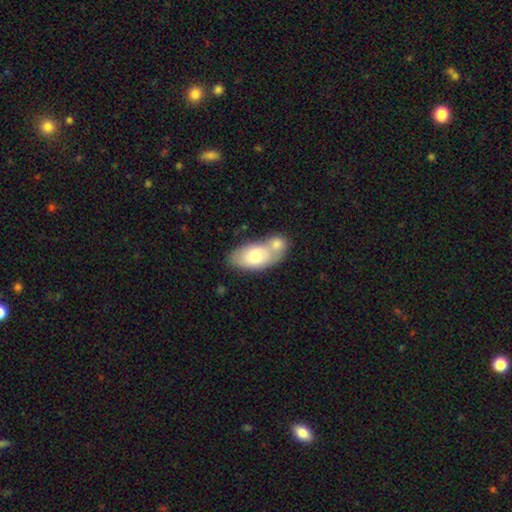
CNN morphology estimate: smooth 69%, featured or disk 25%, star or artifact 6%. Down the decision tree: how rounded — in between (91%); merging — merger (55%).